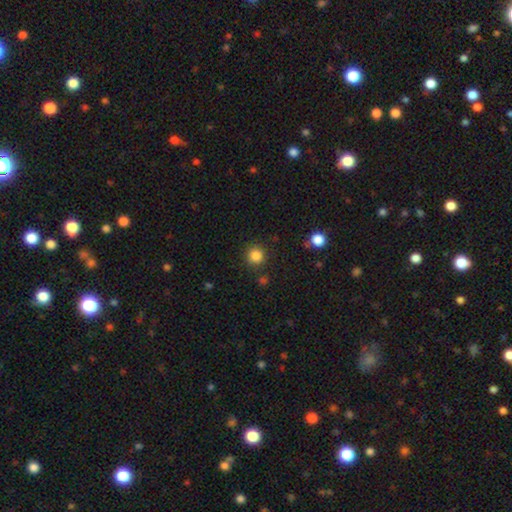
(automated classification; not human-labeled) A smooth galaxy with no disk features (85%) that is round (93%). Merging: none (87%).